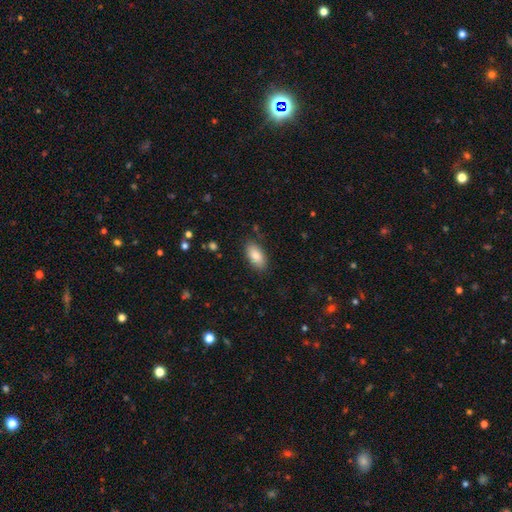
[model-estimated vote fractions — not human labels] smooth 84%, featured or disk 10%, star or artifact 7%. Down the decision tree: how rounded — in between (92%); merging — none (84%).